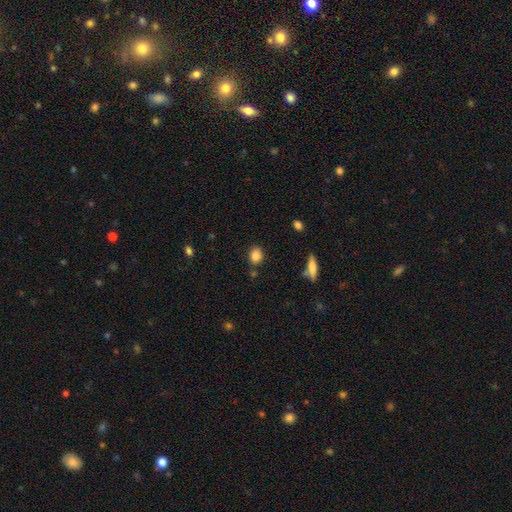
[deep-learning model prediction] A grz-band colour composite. It shows a smooth galaxy with no disk features (85%) that is round (50%). Merging: none (82%).